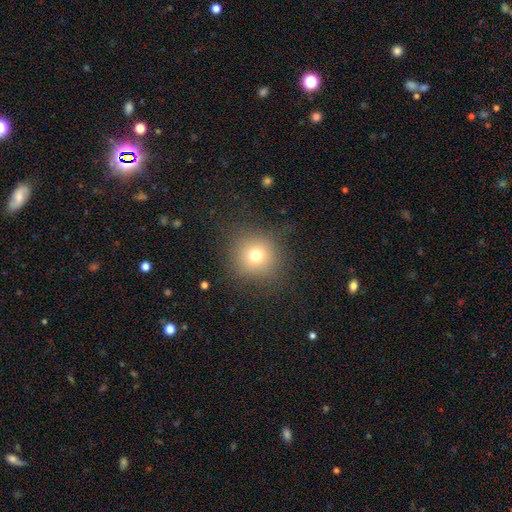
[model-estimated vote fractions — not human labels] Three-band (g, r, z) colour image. It shows a smooth galaxy with no disk features (73%) that is round (92%). Merging: none (83%).